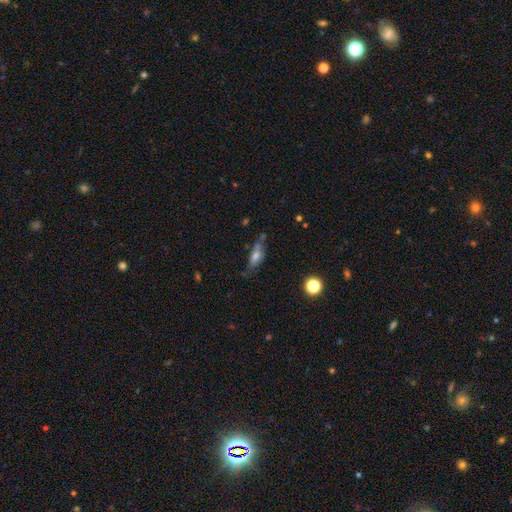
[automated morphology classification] Smooth or featured?
  - smooth: 59% *
  - featured or disk: 30%
  - star or artifact: 12%
How rounded?
  - in between: 67% *
  - cigar-shaped: 28%
  - round: 5%
Merging?
  - none: 49% *
  - minor disturbance: 28%
  - major disturbance: 12%
  - merger: 10%